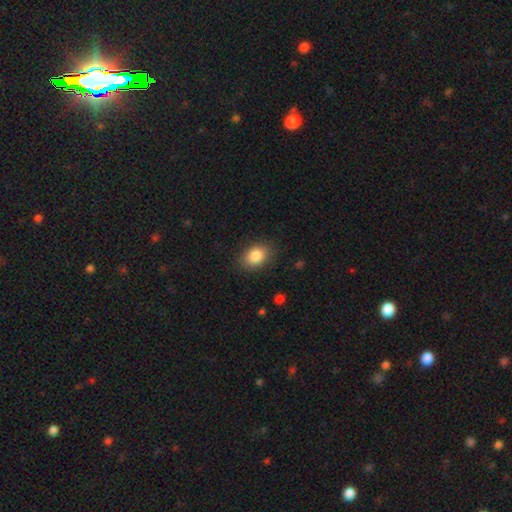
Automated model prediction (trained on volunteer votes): Smooth or featured: smooth — 85% (star or artifact — 8%)
How rounded: in between — 72% (round — 27%)
Merging: none — 86% (minor disturbance — 10%)